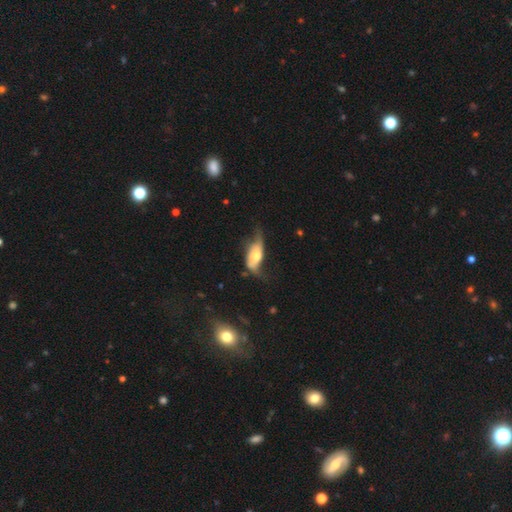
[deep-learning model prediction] Overall: featured or disk (56%; smooth 37%). Edge-on disk: no (75%). Merging: none (36%; minor disturbance 31%).